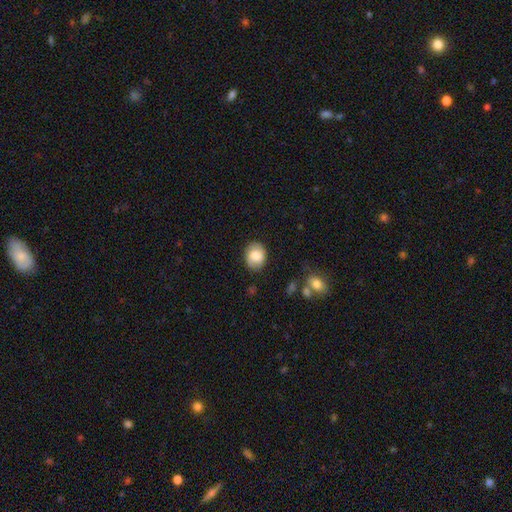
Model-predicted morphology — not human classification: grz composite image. It shows a smooth galaxy with no disk features (73%) that is in between round and cigar-shaped (51%). Merging: none (79%).